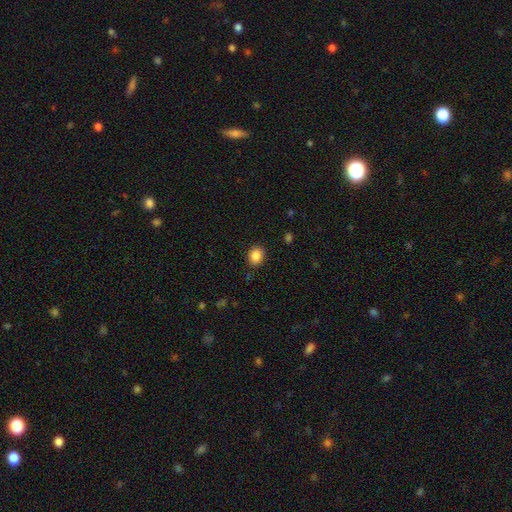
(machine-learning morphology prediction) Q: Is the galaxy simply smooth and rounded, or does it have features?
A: smooth — 87%.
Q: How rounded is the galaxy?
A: round — 59%.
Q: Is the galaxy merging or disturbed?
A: none — 88%.